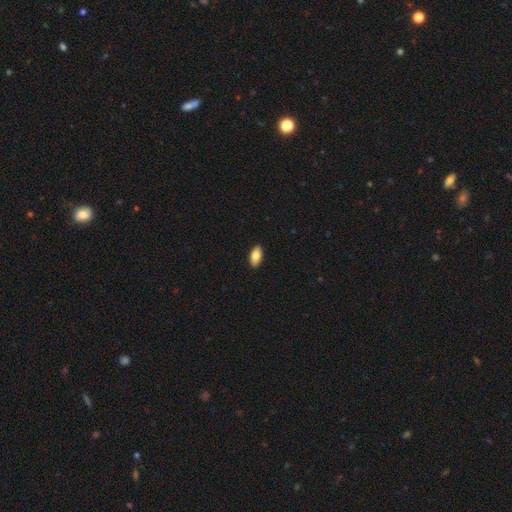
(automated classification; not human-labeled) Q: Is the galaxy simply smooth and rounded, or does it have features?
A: smooth — 81%.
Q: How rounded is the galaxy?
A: in between — 92%.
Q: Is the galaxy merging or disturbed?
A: none — 90%.